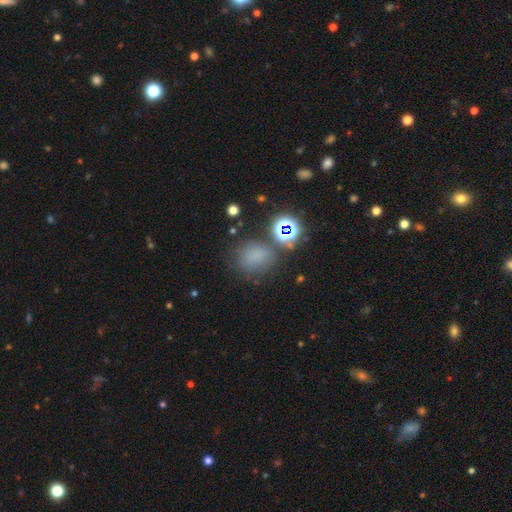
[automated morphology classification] This is likely a smooth galaxy (63%). How rounded: likely round (66%). Merging: likely none (65%).